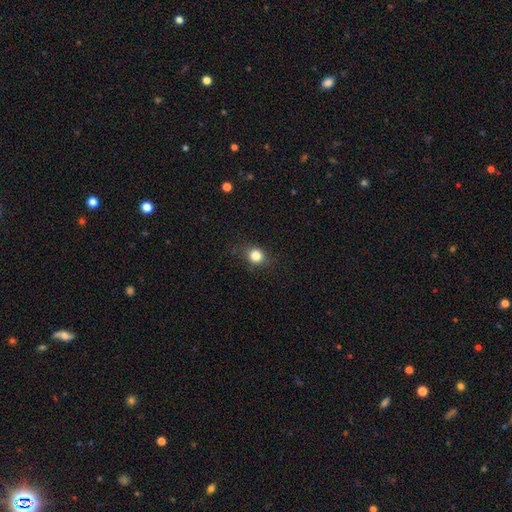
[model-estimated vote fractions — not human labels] This is clearly a smooth galaxy (82%). How rounded: likely round (77%). Merging: clearly none (81%).